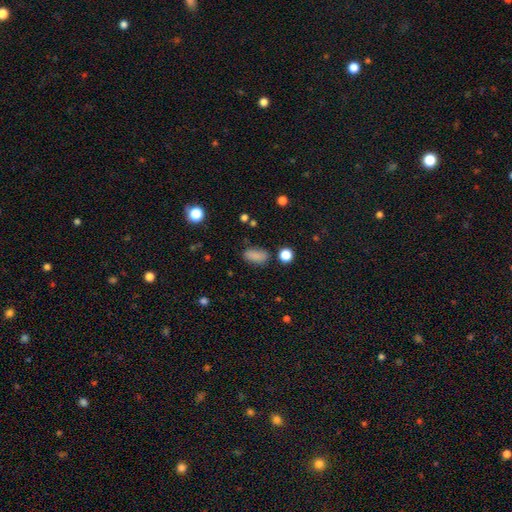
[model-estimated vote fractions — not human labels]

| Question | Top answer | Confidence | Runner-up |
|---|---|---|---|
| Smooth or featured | smooth | 84% | star or artifact (11%) |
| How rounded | in between | 87% | round (7%) |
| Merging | none | 75% | minor disturbance (17%) |